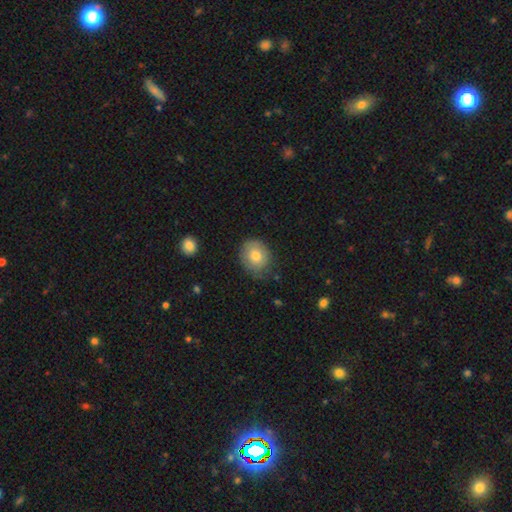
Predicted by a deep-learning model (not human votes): Smooth or featured: smooth — 77% (featured or disk — 15%)
How rounded: round — 65% (in between — 34%)
Merging: none — 73% (minor disturbance — 21%)